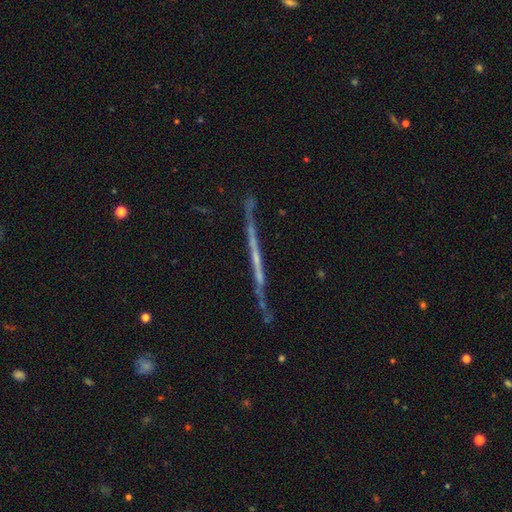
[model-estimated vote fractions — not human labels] Overall: featured or disk (72%). Edge-on disk: yes (92%). Edge-on bulge: none (85%). Merging: none (71%).